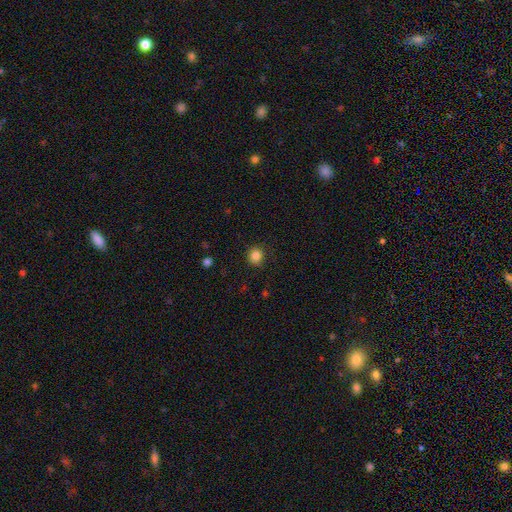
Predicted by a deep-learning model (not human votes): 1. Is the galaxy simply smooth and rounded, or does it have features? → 85% smooth, 11% star or artifact, 4% featured or disk.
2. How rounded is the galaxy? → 88% round, 11% in between, 1% cigar-shaped.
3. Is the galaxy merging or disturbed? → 88% none, 8% minor disturbance, 2% major disturbance, 1% merger.